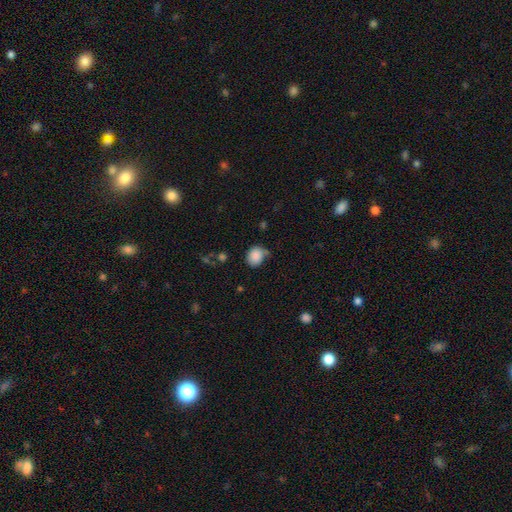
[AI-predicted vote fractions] Smooth or featured?
  - smooth: 85% *
  - star or artifact: 8%
  - featured or disk: 6%
How rounded?
  - round: 62% *
  - in between: 37%
  - cigar-shaped: 1%
Merging?
  - none: 56% *
  - minor disturbance: 31%
  - major disturbance: 9%
  - merger: 5%